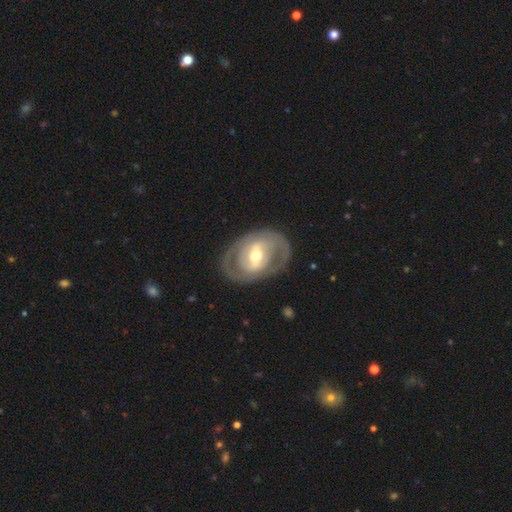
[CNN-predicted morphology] The model was most divided on "bar": weak: 41%, strong: 37%, no: 22%. Remaining: edge-on disk — no (95%); smooth or featured — featured or disk (78%); merging — none (77%); spiral arms — yes (73%); spiral arm count — 2 (73%); bulge size — moderate (68%); spiral winding — tight (49%).